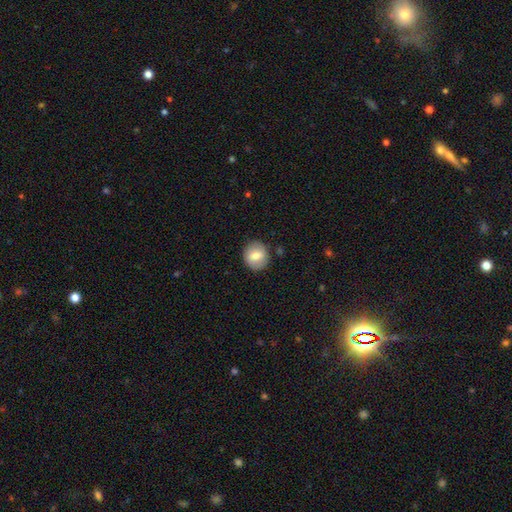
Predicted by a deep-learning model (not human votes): Smooth or featured?
  - smooth: 73% *
  - featured or disk: 20%
  - star or artifact: 7%
How rounded?
  - round: 83% *
  - in between: 16%
  - cigar-shaped: 1%
Merging?
  - none: 85% *
  - minor disturbance: 10%
  - major disturbance: 3%
  - merger: 2%